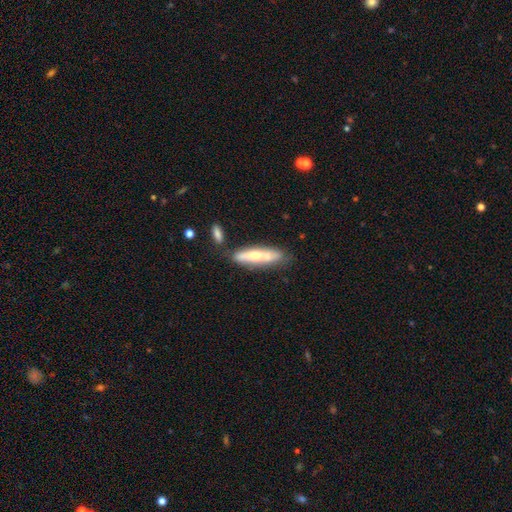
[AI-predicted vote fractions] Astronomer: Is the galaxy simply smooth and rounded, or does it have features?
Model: smooth — 49% (runner-up: featured or disk, 45%).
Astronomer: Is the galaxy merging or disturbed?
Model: none — 60%.